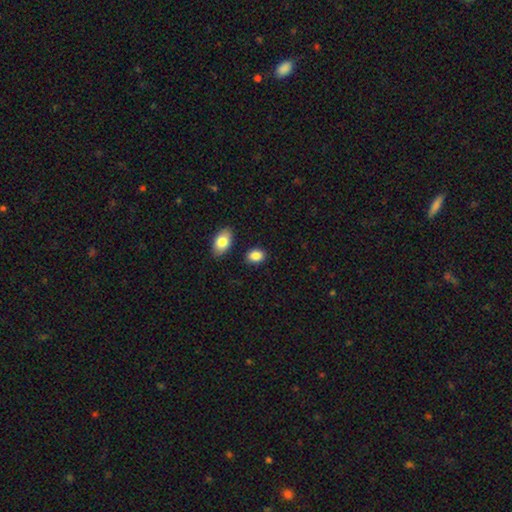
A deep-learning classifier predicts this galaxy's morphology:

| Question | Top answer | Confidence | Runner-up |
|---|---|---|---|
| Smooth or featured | smooth | 87% | star or artifact (8%) |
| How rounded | in between | 78% | round (21%) |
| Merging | none | 85% | minor disturbance (9%) |